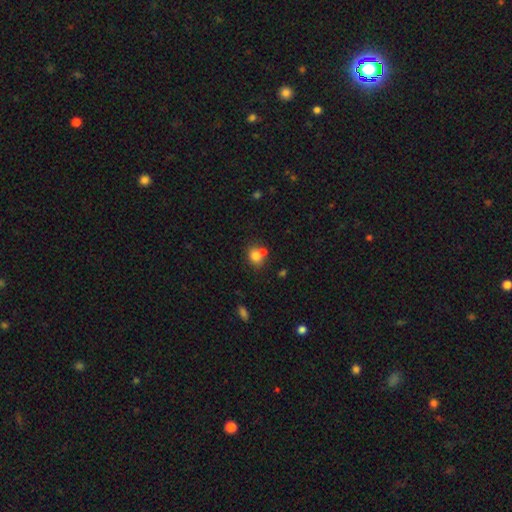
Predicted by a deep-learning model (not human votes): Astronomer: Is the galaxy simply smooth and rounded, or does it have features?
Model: smooth — 78%.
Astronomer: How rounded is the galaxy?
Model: round — 62% (runner-up: in between, 37%).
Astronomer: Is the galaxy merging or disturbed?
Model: none — 52% (runner-up: merger, 32%).